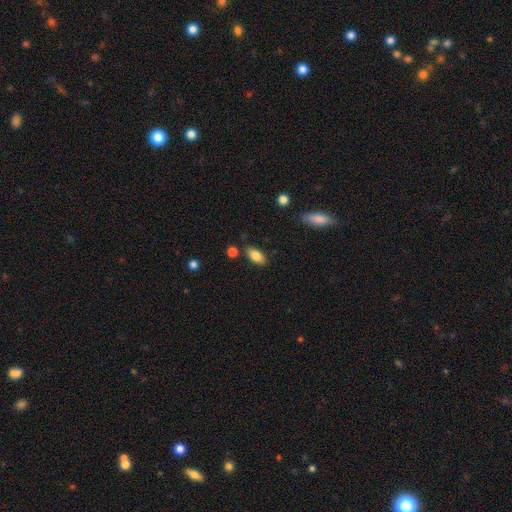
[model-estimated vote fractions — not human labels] Overall: smooth (80%). How rounded: in between (87%). Merging: none (83%).